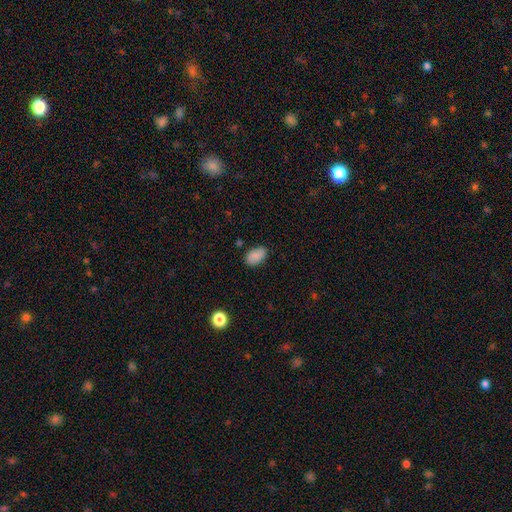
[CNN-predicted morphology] This appears to be a smooth galaxy with no disk features (85%) that is in between round and cigar-shaped (92%). Merging: none (81%).